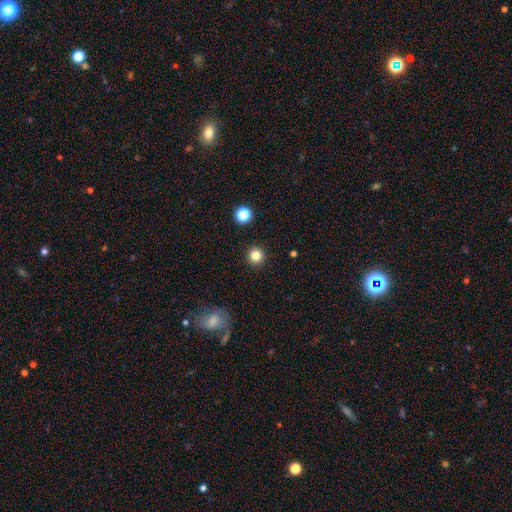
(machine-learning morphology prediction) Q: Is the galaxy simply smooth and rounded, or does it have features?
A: smooth — 82%.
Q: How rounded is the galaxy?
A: round — 95%.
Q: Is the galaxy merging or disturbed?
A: none — 93%.